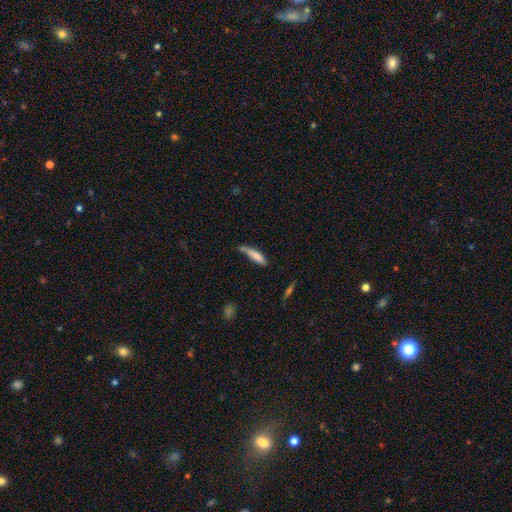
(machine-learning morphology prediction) The model was most divided on "merging": none: 46%, minor disturbance: 34%, major disturbance: 12%, merger: 8%. More confident: smooth or featured — smooth (77%); how rounded — cigar-shaped (77%).